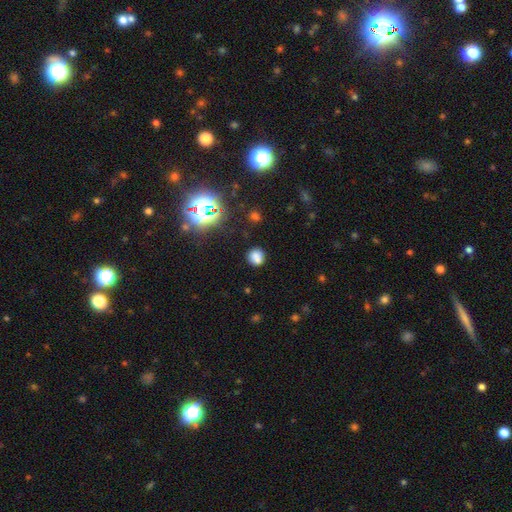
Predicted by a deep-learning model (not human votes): Overall: smooth (73%). How rounded: round (81%). Merging: none (72%).